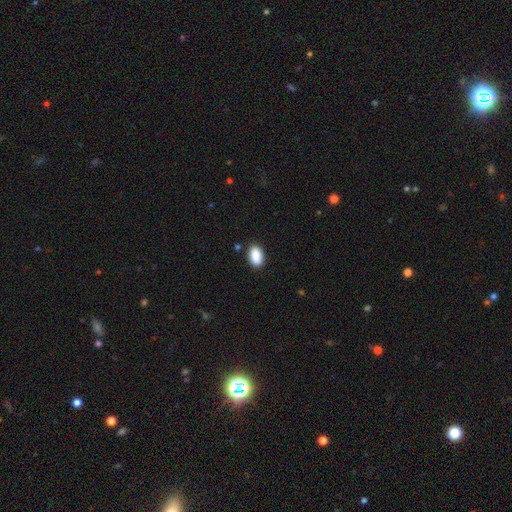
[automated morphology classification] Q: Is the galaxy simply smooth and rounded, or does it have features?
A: smooth — 90%.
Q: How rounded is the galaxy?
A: in between — 92%.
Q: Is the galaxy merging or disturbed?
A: none — 88%.